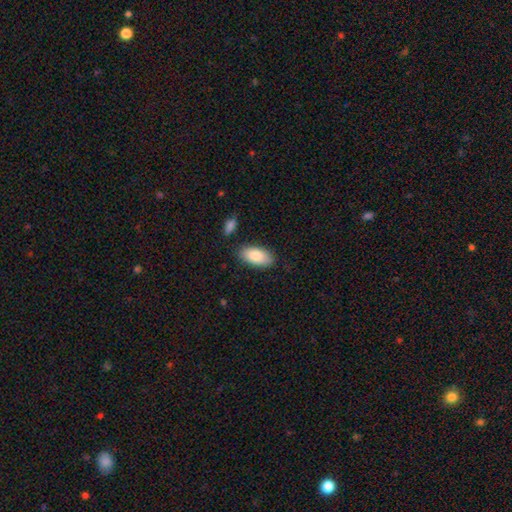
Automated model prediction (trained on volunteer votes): The model was most divided on "merging": none: 84%, minor disturbance: 11%, merger: 3%, major disturbance: 3%. More confident: how rounded — in between (94%); smooth or featured — smooth (85%).